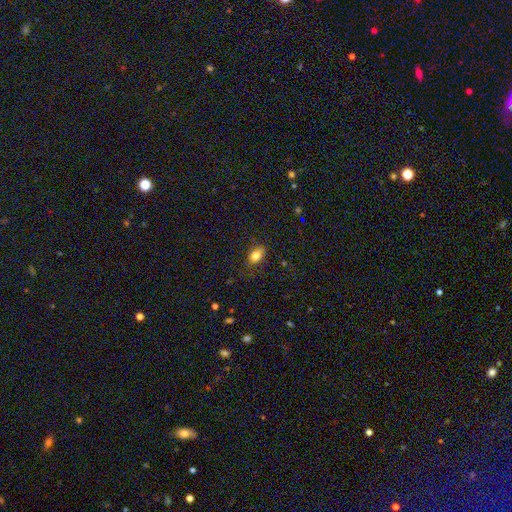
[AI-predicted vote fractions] Smooth or featured: smooth — 82% (star or artifact — 10%)
How rounded: in between — 72% (round — 26%)
Merging: none — 81% (minor disturbance — 15%)